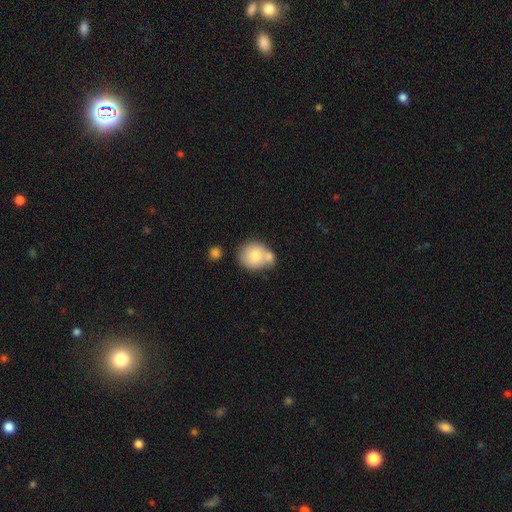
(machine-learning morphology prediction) smooth-or-featured: smooth: 75% | featured or disk: 18% | star or artifact: 8%
  how-rounded: round: 76% | in between: 23% | cigar-shaped: 1%
  merging: none: 41% (tied) | merger: 41% (tied) | minor disturbance: 14% | major disturbance: 4%